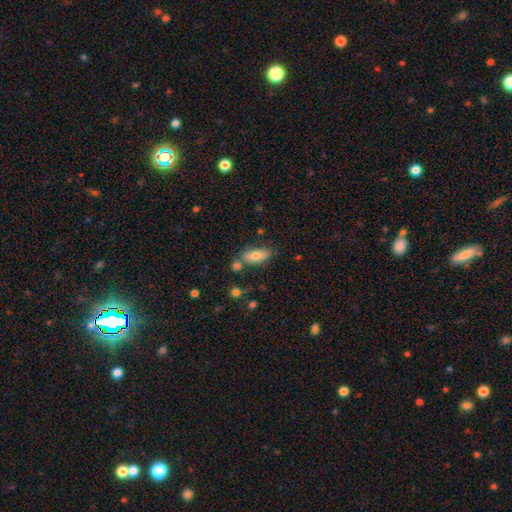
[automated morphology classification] This is likely a smooth galaxy (71%). How rounded: clearly in between (80%). Merging: likely none (66%).